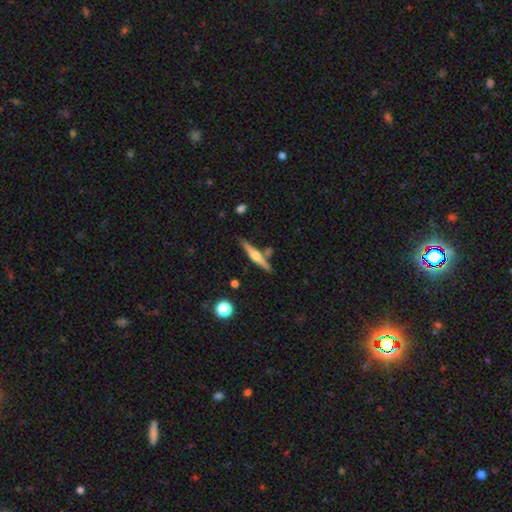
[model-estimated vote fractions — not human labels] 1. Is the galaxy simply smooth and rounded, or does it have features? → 72% featured or disk, 22% smooth, 6% star or artifact.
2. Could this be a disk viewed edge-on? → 98% yes, 2% no.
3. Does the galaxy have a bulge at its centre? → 88% rounded, 8% boxy, 4% none.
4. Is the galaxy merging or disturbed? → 81% none, 9% minor disturbance, 7% merger, 2% major disturbance.